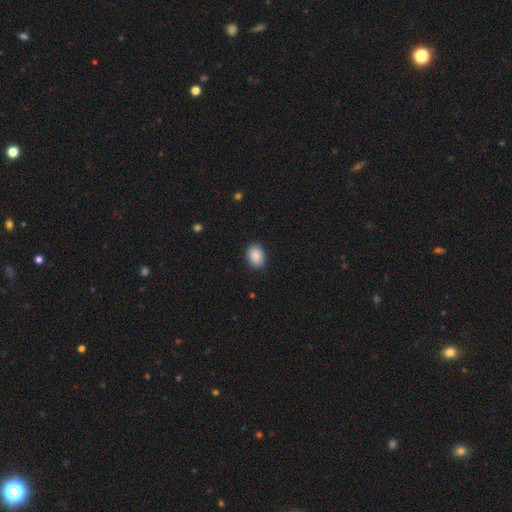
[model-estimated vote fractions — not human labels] Q: Smooth or featured?
A: smooth (90%); runner-up: star or artifact (7%)
Q: How rounded?
A: in between (77%); runner-up: round (22%)
Q: Merging?
A: none (88%); runner-up: minor disturbance (9%)